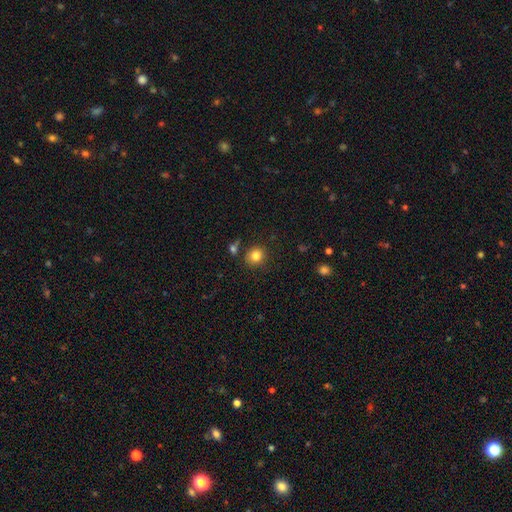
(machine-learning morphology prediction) smooth-or-featured: smooth: 82% | star or artifact: 11% | featured or disk: 7%
  how-rounded: round: 85% | in between: 14% | cigar-shaped: 1%
  merging: none: 82% | minor disturbance: 9% | merger: 6% | major disturbance: 3%